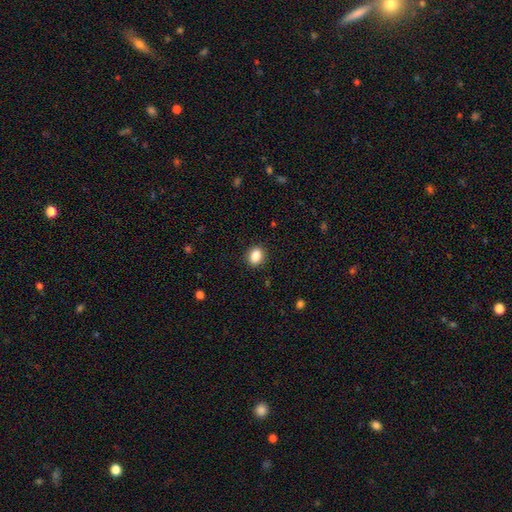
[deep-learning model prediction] Morphology: type=smooth (87%); roundness=in between (51%); merging=none (90%).